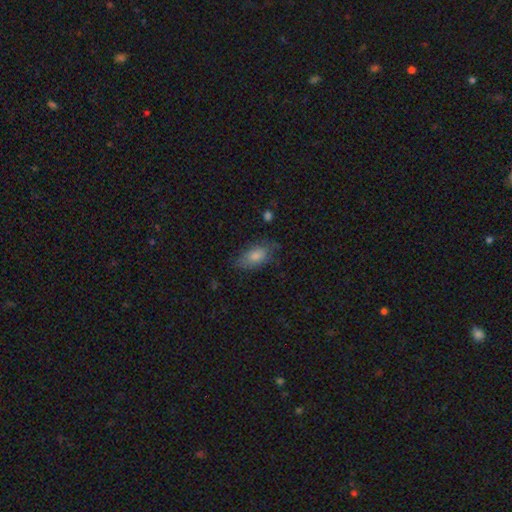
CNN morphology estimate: type=smooth (76%); roundness=in between (88%); merging=none (70%).